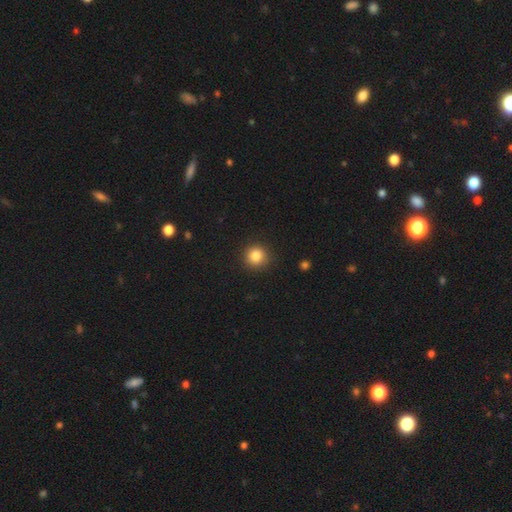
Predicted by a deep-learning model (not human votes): Smooth or featured: smooth — 84% (star or artifact — 11%)
How rounded: round — 93% (in between — 6%)
Merging: none — 90% (minor disturbance — 7%)